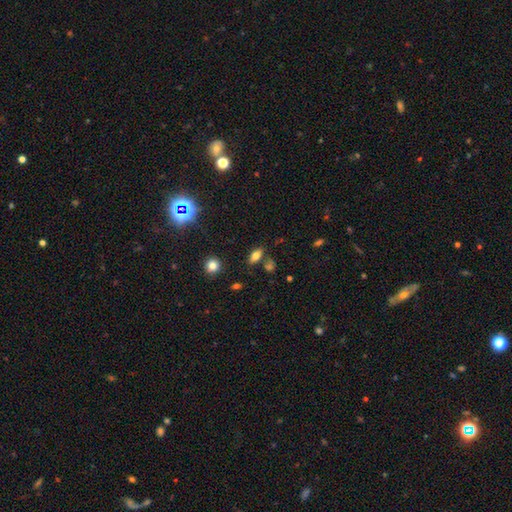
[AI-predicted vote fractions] Smooth or featured?
  - smooth: 74% *
  - star or artifact: 13%
  - featured or disk: 12%
How rounded?
  - in between: 84% *
  - cigar-shaped: 9%
  - round: 7%
Merging?
  - none: 73% *
  - minor disturbance: 12%
  - merger: 11%
  - major disturbance: 4%